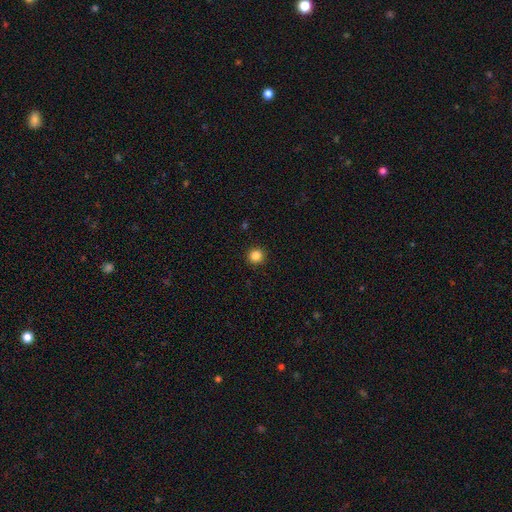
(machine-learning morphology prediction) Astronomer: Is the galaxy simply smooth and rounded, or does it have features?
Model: smooth — 84%.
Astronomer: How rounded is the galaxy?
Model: round — 95%.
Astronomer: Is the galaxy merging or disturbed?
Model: none — 93%.